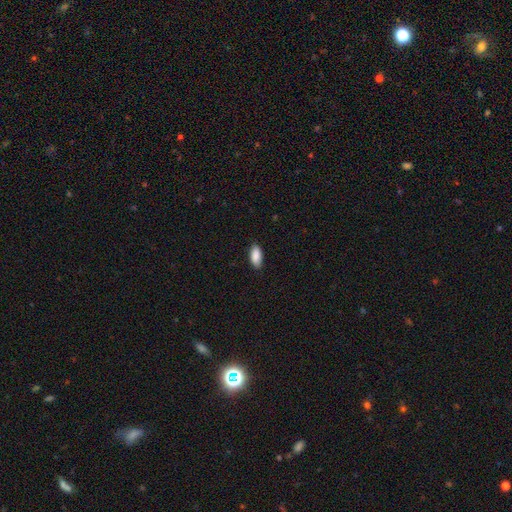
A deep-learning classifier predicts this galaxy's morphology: The model was most divided on "merging": none: 87%, minor disturbance: 10%, major disturbance: 2%, merger: 1%. More confident: how rounded — in between (90%); smooth or featured — smooth (90%).